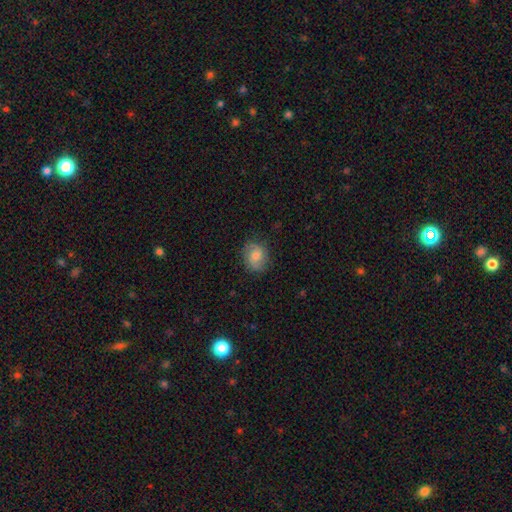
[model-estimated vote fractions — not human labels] Morphology: type=smooth (57%); roundness=round (59%); merging=none (79%).